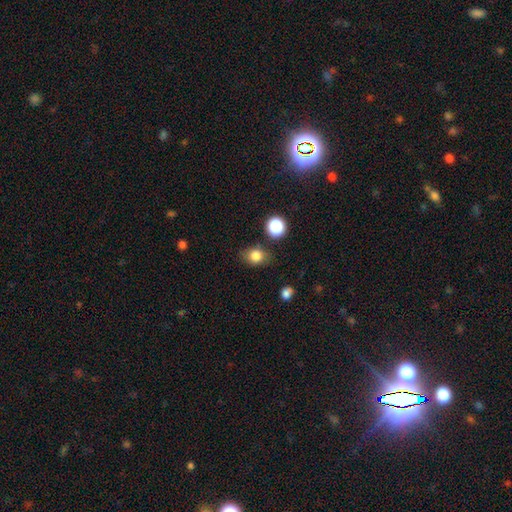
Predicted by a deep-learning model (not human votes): smooth_or_featured: smooth (p=0.82) [alt: star or artifact p=0.11]
how_rounded: in between (p=0.53) [alt: round p=0.46]
merging: none (p=0.77) [alt: minor disturbance p=0.15]